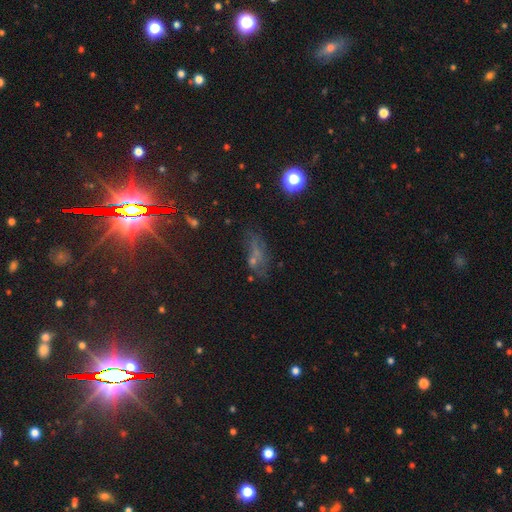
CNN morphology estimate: Overall: smooth (38%; star or artifact 36%). Merging: none (49%; major disturbance 21%).